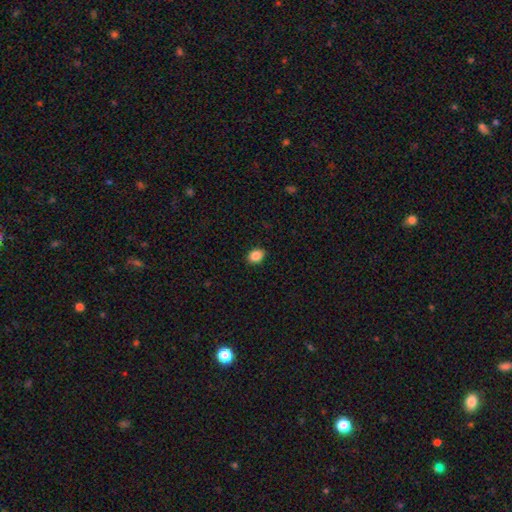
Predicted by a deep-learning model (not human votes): smooth_or_featured: smooth (p=0.87) [alt: star or artifact p=0.09]
how_rounded: in between (p=0.57) [alt: round p=0.42]
merging: none (p=0.90) [alt: minor disturbance p=0.07]